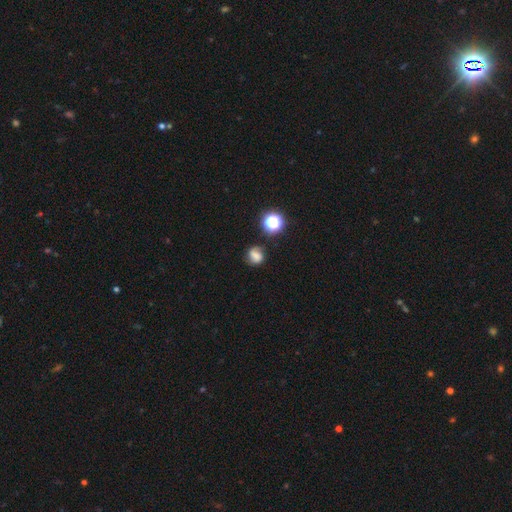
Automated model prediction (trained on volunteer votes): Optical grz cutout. It shows a smooth galaxy with no disk features (61%) that is round (67%). Merging: none (67%).